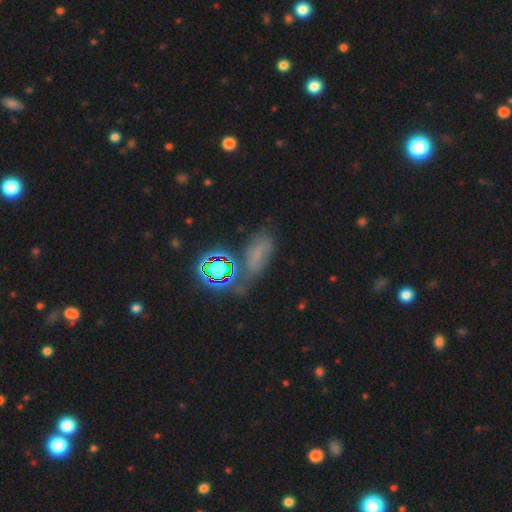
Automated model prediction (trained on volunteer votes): Smooth or featured? star or artifact (39%)